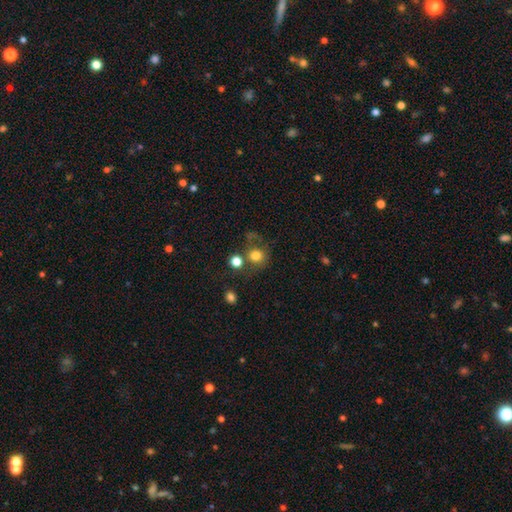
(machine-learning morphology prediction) smooth_or_featured: smooth (p=0.78) [alt: star or artifact p=0.13]
how_rounded: round (p=0.85) [alt: in between p=0.14]
merging: none (p=0.58) [alt: merger p=0.19]